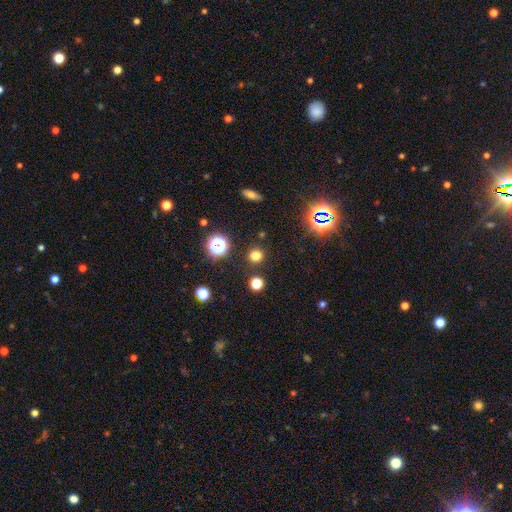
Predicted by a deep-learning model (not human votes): Q: Smooth or featured?
A: smooth (74%); runner-up: star or artifact (21%)
Q: How rounded?
A: round (92%); runner-up: in between (7%)
Q: Merging?
A: none (89%); runner-up: minor disturbance (6%)